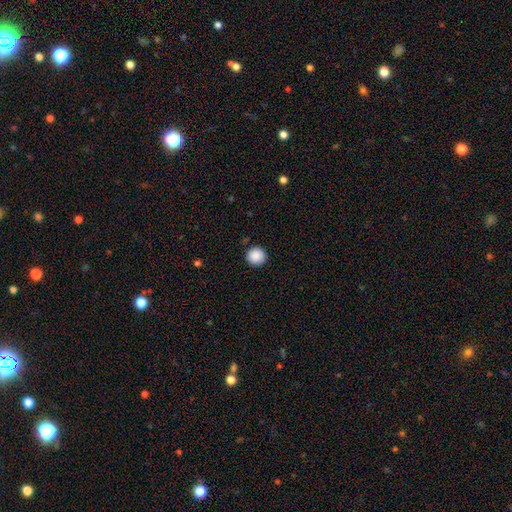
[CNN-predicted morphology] A smooth galaxy with no disk features (89%) that is round (96%).

Vote fractions:
- Smooth or featured? smooth: 89% / star or artifact: 9% / featured or disk: 3%
- How rounded? round: 96% / in between: 4% / cigar-shaped: 1%
- Merging? none: 91% / minor disturbance: 6% / major disturbance: 2% / merger: 1%